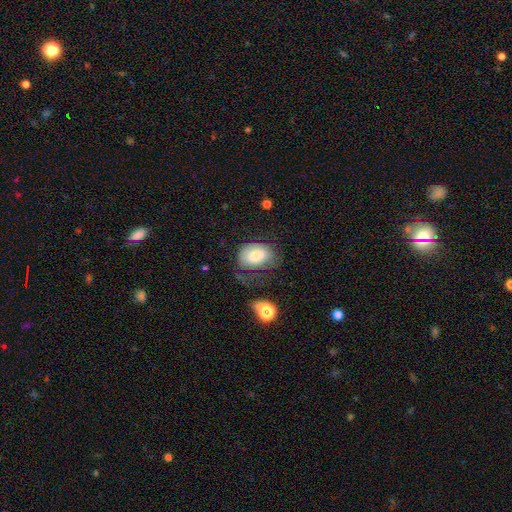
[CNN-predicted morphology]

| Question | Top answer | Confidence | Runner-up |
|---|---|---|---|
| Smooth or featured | smooth | 74% | featured or disk (18%) |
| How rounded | in between | 79% | round (19%) |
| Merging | none | 38% | minor disturbance (28%) |